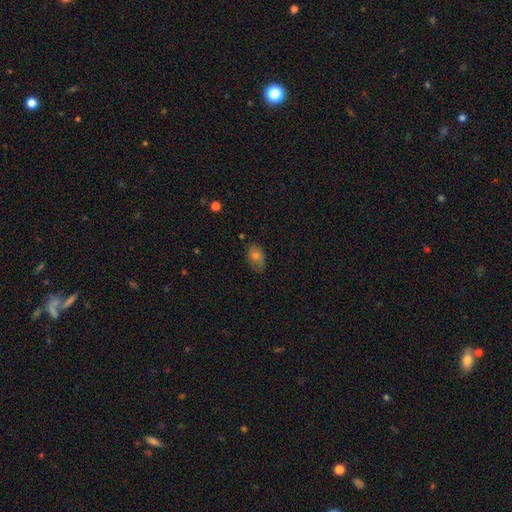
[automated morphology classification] smooth 67%, featured or disk 22%, star or artifact 11%. Down the decision tree: how rounded — in between (84%); merging — none (69%).